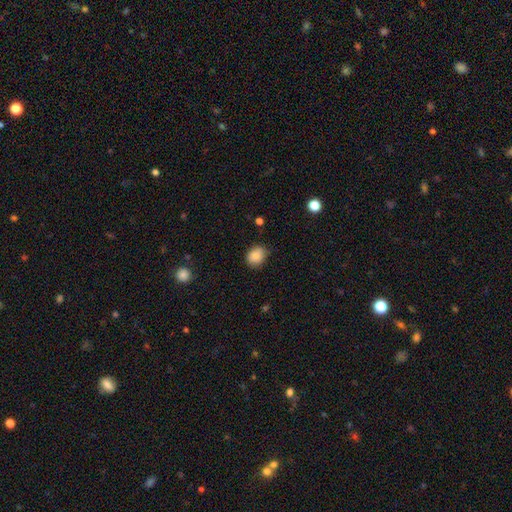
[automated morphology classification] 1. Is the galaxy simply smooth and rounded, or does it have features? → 86% smooth, 9% star or artifact, 5% featured or disk.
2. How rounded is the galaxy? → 58% round, 41% in between, 1% cigar-shaped.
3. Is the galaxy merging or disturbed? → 75% none, 20% minor disturbance, 4% major disturbance, 1% merger.